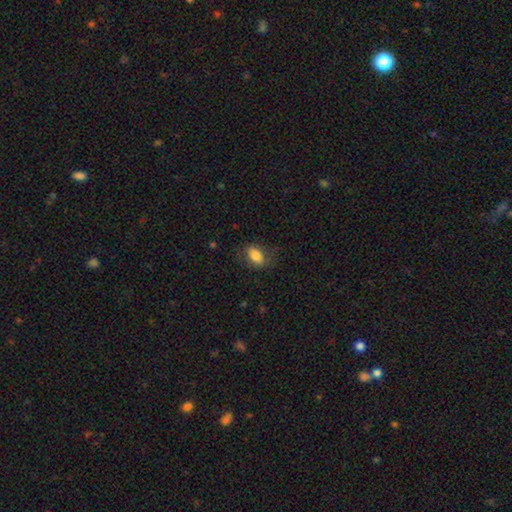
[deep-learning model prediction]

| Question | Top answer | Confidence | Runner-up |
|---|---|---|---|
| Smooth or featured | smooth | 82% | featured or disk (10%) |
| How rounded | in between | 88% | round (9%) |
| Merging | none | 73% | minor disturbance (19%) |